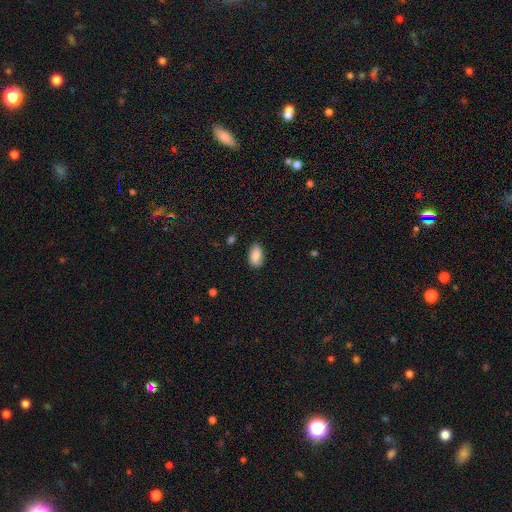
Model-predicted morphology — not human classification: This appears to be a smooth galaxy with no disk features (84%) that is in between round and cigar-shaped (93%). Merging: none (79%).